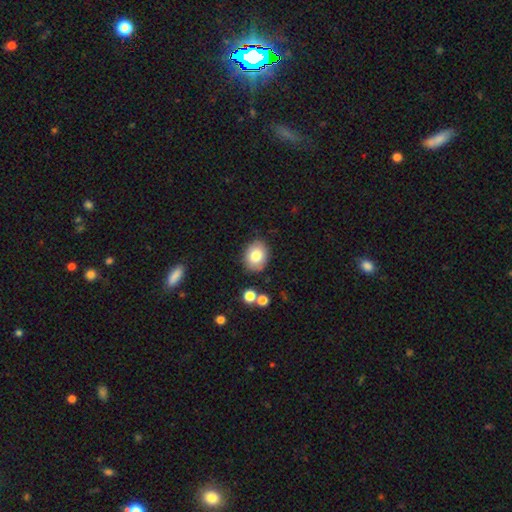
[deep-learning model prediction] Smooth or featured?
  - smooth: 80% *
  - featured or disk: 11%
  - star or artifact: 9%
How rounded?
  - in between: 56% *
  - round: 44%
  - cigar-shaped: 1%
Merging?
  - none: 84% *
  - minor disturbance: 11%
  - merger: 3%
  - major disturbance: 3%